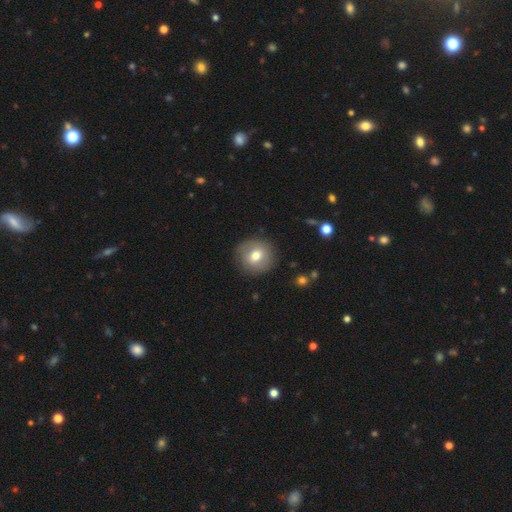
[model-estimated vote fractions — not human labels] Smooth or featured? Predicted: smooth (p=0.71). How rounded? Predicted: round (p=0.89). Merging? Predicted: none (p=0.87).